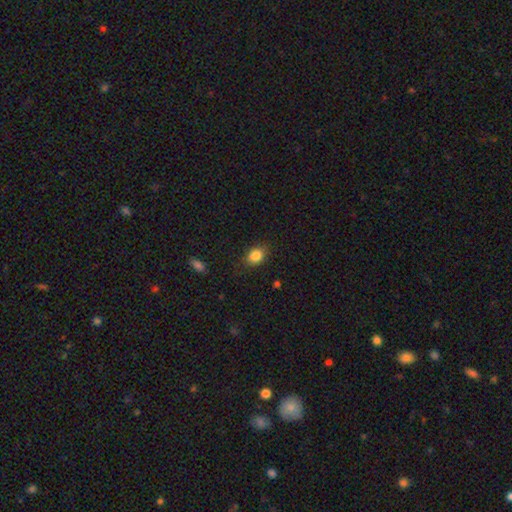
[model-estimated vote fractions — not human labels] Morphology: type=smooth (85%); roundness=in between (63%); merging=none (82%).